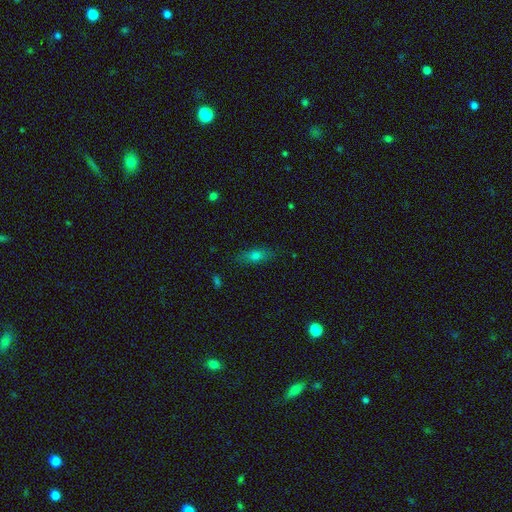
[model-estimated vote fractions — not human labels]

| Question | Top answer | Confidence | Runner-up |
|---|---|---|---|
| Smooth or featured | smooth | 68% | featured or disk (21%) |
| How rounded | in between | 64% | cigar-shaped (30%) |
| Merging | none | 83% | minor disturbance (12%) |